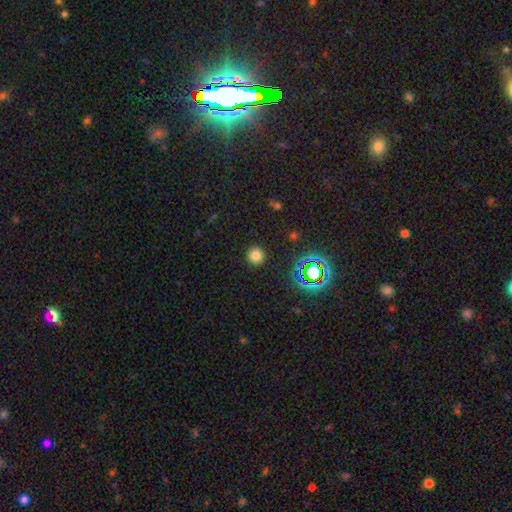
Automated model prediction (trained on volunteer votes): This appears to be a smooth galaxy with no disk features (77%) that is round (95%). Merging: none (91%).